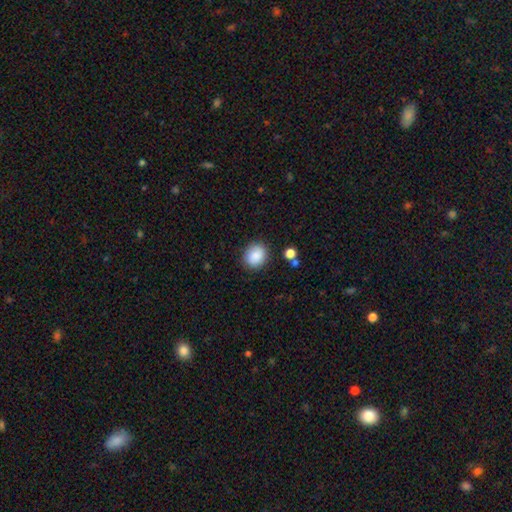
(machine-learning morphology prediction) Overall: smooth (88%). How rounded: round (70%; in between 30%). Merging: none (86%).